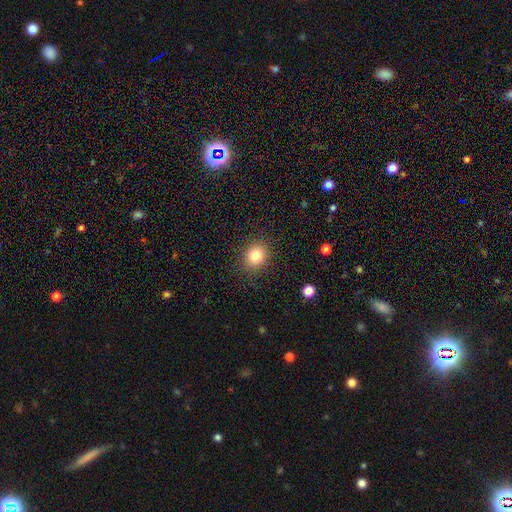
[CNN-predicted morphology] Smooth or featured? Predicted: smooth (p=0.82). How rounded? Predicted: round (p=0.70). Merging? Predicted: none (p=0.88).